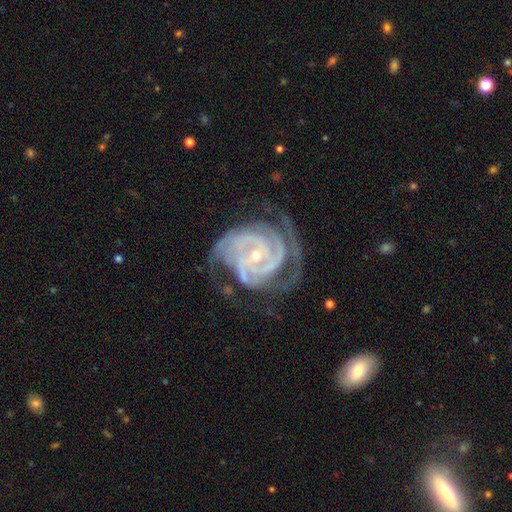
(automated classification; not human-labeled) Q: Smooth or featured?
A: featured or disk (93%); runner-up: star or artifact (5%)
Q: Edge-on disk?
A: no (98%); runner-up: yes (2%)
Q: Bar?
A: no (54%); runner-up: weak (31%)
Q: Spiral arms?
A: yes (99%); runner-up: no (1%)
Q: Spiral winding?
A: tight (72%); runner-up: medium (25%)
Q: Spiral arm count?
A: 3 (40%); runner-up: 2 (22%)
Q: Bulge size?
A: small (72%); runner-up: moderate (26%)
Q: Merging?
A: none (61%); runner-up: minor disturbance (22%)